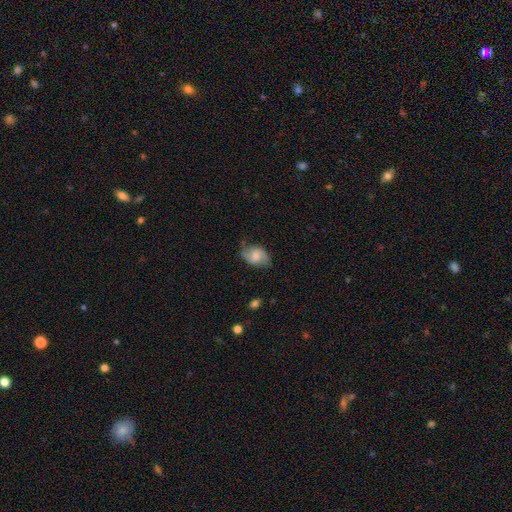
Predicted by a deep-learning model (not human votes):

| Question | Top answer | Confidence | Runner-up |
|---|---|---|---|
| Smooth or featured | featured or disk | 65% | smooth (28%) |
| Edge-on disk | no | 97% | yes (3%) |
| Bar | no | 48% | weak (43%) |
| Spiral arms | yes | 93% | no (7%) |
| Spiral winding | medium | 43% | loose (41%) |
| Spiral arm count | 2 | 90% | can't tell (5%) |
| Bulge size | small | 41% | moderate (39%) |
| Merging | none | 75% | minor disturbance (19%) |